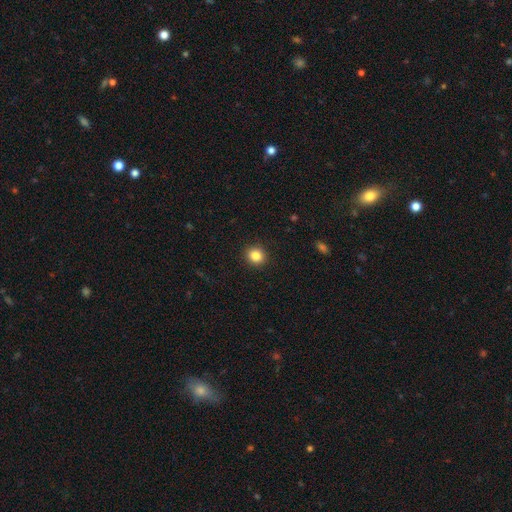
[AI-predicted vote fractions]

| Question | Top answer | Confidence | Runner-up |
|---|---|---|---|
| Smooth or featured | smooth | 85% | star or artifact (10%) |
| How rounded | round | 82% | in between (17%) |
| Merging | none | 92% | minor disturbance (6%) |